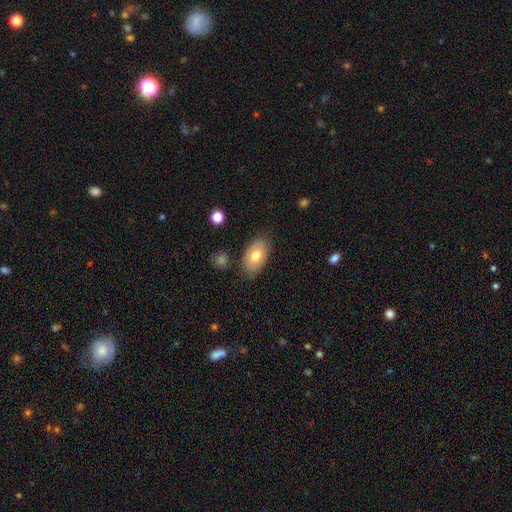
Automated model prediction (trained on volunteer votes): smooth 68%, featured or disk 25%, star or artifact 7%. Down the decision tree: how rounded — in between (92%); merging — none (78%).